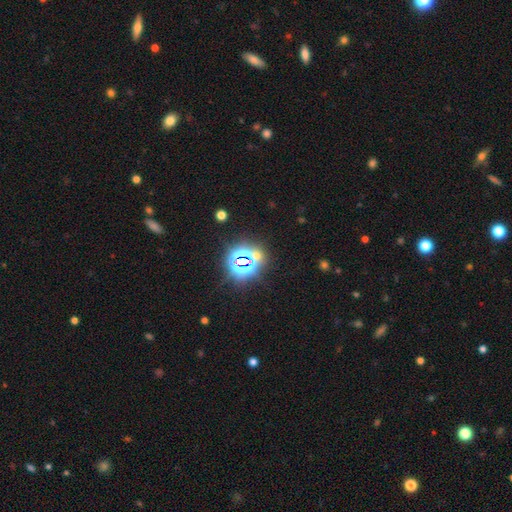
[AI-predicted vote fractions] A star or artifact, not a galaxy (73%).